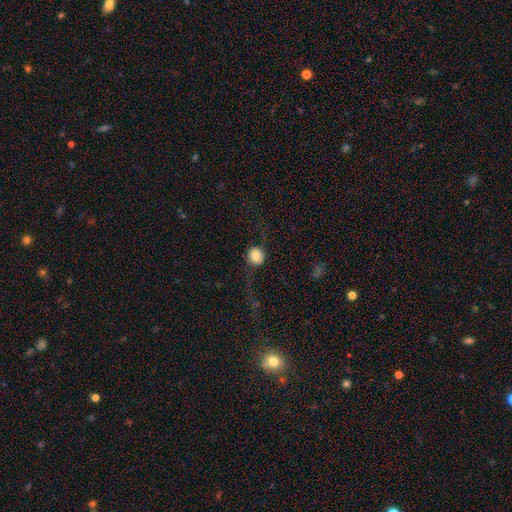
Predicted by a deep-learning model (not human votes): smooth_or_featured: smooth (p=0.73) [alt: featured or disk p=0.18]
how_rounded: round (p=0.85) [alt: in between p=0.14]
merging: none (p=0.66) [alt: major disturbance p=0.18]